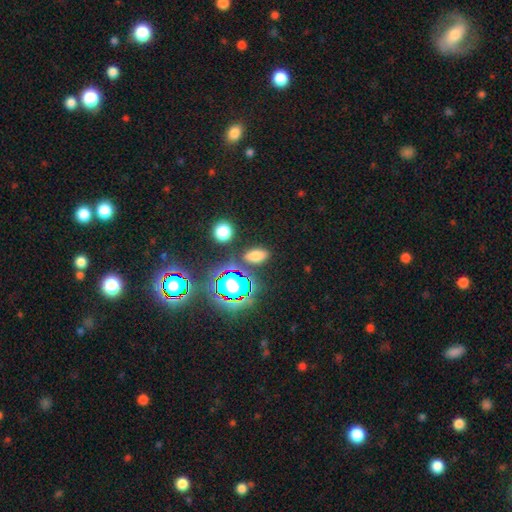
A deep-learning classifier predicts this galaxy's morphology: Smooth or featured: smooth — 64% (star or artifact — 27%)
How rounded: in between — 84% (round — 11%)
Merging: none — 83% (minor disturbance — 9%)